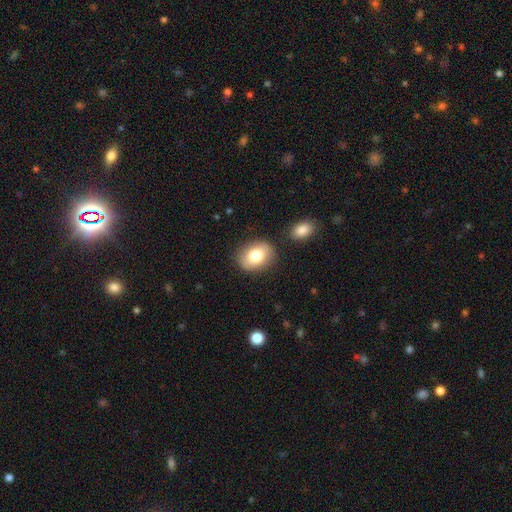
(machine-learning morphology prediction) Smooth or featured? smooth (78%)
How rounded? in between (63%)
Merging? none (82%)